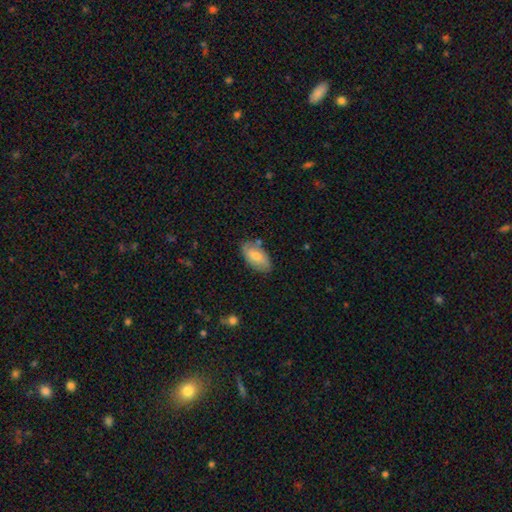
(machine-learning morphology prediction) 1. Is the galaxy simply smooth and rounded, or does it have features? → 71% smooth, 23% featured or disk, 7% star or artifact.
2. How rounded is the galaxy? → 92% in between, 5% cigar-shaped, 3% round.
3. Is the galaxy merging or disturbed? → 79% none, 16% minor disturbance, 3% major disturbance, 2% merger.